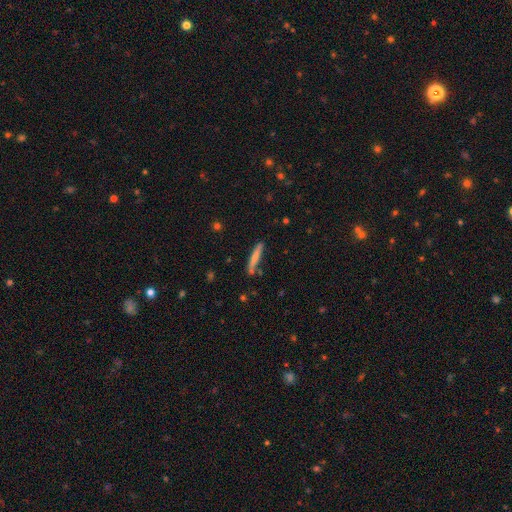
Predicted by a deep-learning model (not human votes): Smooth or featured? Predicted: smooth (p=0.64). How rounded? Predicted: cigar-shaped (p=0.94). Merging? Predicted: none (p=0.83).